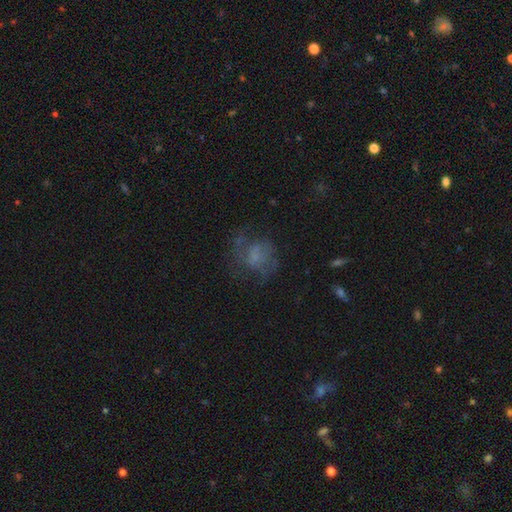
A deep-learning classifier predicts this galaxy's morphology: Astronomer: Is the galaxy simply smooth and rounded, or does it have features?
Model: featured or disk — 46% (runner-up: smooth, 38%).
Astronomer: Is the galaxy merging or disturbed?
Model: none — 49% (runner-up: major disturbance, 29%).